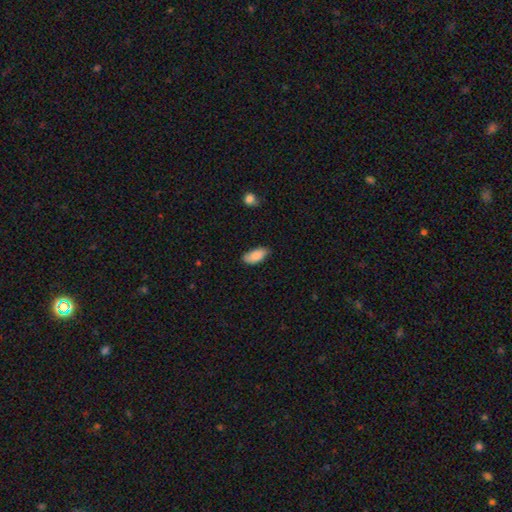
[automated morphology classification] Smooth or featured: smooth — 86% (featured or disk — 8%)
How rounded: in between — 91% (cigar-shaped — 7%)
Merging: none — 75% (minor disturbance — 21%)